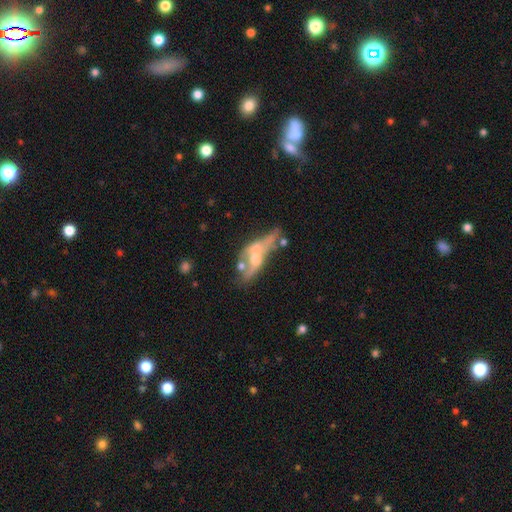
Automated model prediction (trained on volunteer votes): smooth_or_featured: featured or disk (p=0.63) [alt: smooth p=0.28]
disk_edge_on: no (p=0.76) [alt: yes p=0.24]
merging: merger (p=0.34) [alt: major disturbance p=0.28]